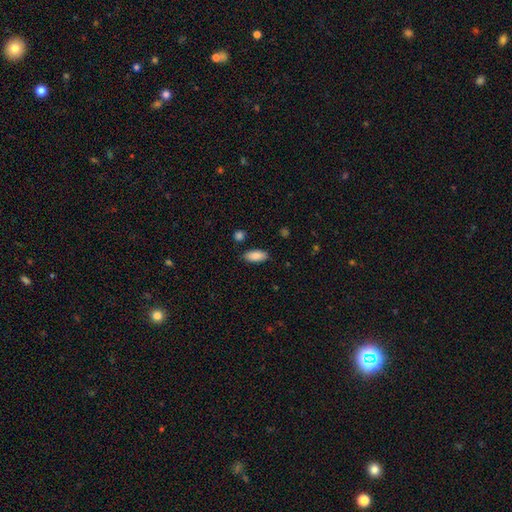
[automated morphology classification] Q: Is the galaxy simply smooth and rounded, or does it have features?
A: smooth — 88%.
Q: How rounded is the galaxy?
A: in between — 88%.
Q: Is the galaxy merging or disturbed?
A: none — 83%.